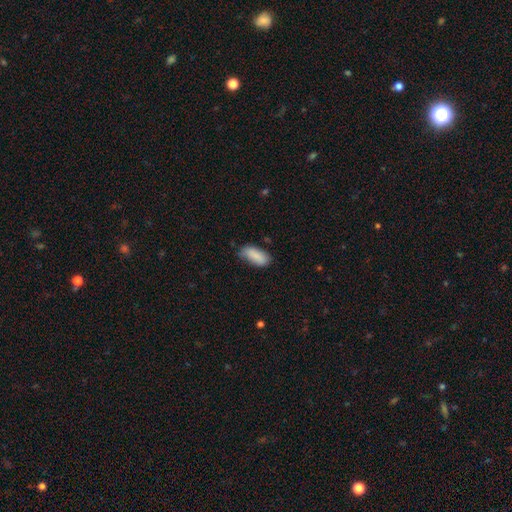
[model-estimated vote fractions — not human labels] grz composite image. It shows a smooth galaxy with no disk features (87%) that is in between round and cigar-shaped (85%). Merging: none (60%).